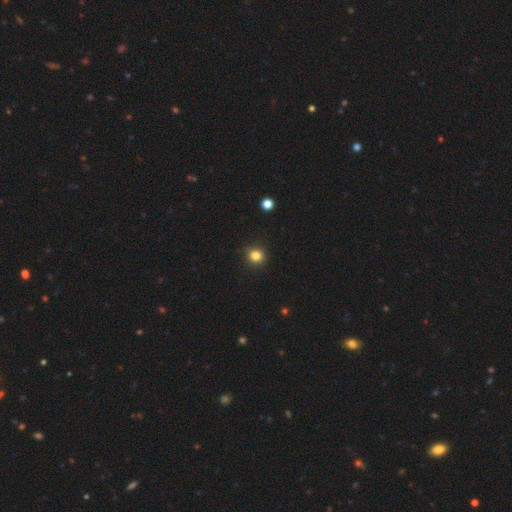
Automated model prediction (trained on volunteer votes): A smooth galaxy with no disk features (82%) that is round (89%).

Vote fractions:
- Smooth or featured? smooth: 82% / star or artifact: 13% / featured or disk: 5%
- How rounded? round: 89% / in between: 10% / cigar-shaped: 1%
- Merging? none: 90% / minor disturbance: 7% / major disturbance: 2% / merger: 1%